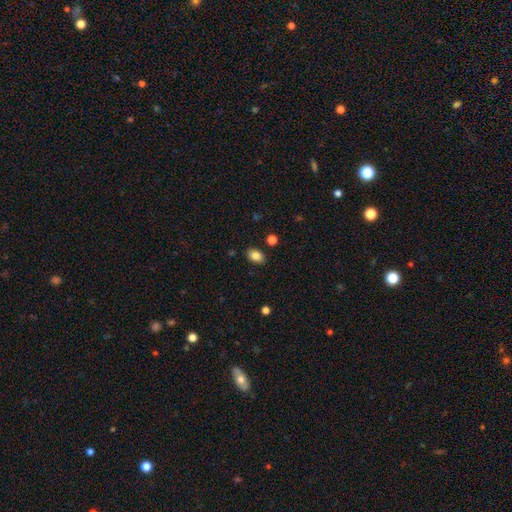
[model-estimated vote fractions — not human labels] smooth_or_featured: smooth (p=0.85) [alt: star or artifact p=0.09]
how_rounded: in between (p=0.84) [alt: round p=0.15]
merging: none (p=0.86) [alt: minor disturbance p=0.09]